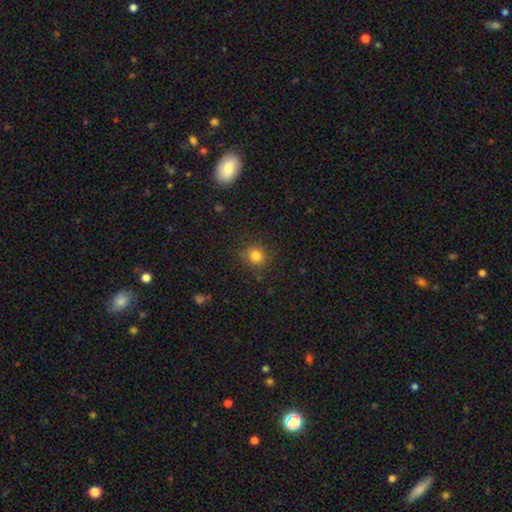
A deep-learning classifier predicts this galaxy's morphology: A smooth galaxy with no disk features (81%) that is round (88%). Merging: none (84%).